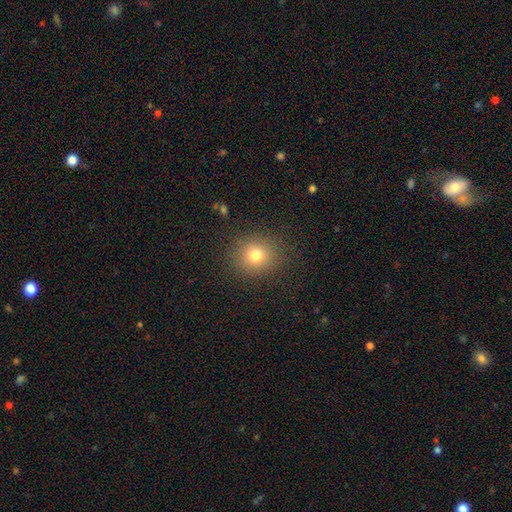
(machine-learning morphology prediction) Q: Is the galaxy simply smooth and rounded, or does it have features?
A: smooth — 76%.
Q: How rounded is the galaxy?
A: round — 85%.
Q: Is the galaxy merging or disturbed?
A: none — 87%.